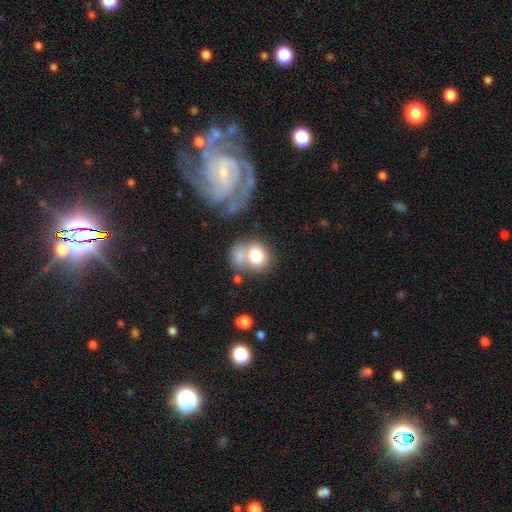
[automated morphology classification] smooth_or_featured: smooth (p=0.74) [alt: featured or disk p=0.17]
how_rounded: round (p=0.58) [alt: in between p=0.41]
merging: merger (p=0.45) [alt: none p=0.32]